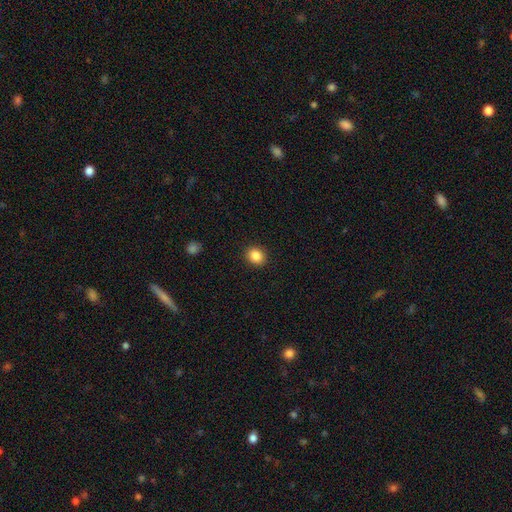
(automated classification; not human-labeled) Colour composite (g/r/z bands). It shows a smooth galaxy with no disk features (86%) that is round (69%). Merging: none (91%).